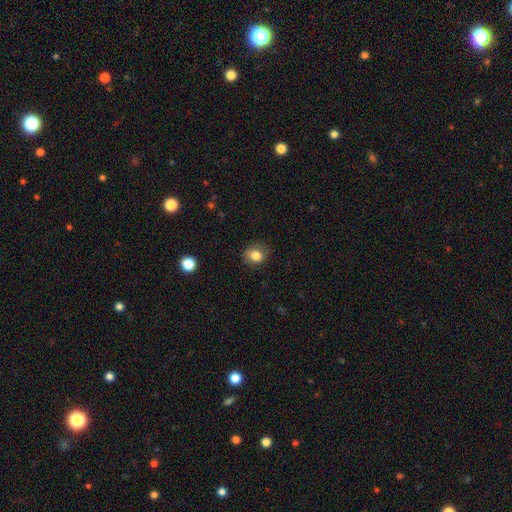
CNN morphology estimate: Smooth or featured?
  - smooth: 82% *
  - star or artifact: 10%
  - featured or disk: 9%
How rounded?
  - round: 61% *
  - in between: 38%
  - cigar-shaped: 1%
Merging?
  - none: 82% *
  - minor disturbance: 14%
  - major disturbance: 4%
  - merger: 1%